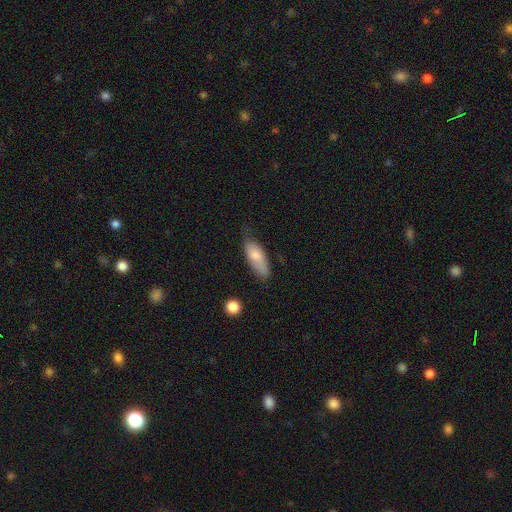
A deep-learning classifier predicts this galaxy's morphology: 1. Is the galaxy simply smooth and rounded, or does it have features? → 76% smooth, 18% featured or disk, 6% star or artifact.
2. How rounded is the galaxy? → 73% in between, 24% cigar-shaped, 2% round.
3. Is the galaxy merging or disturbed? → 51% none, 35% minor disturbance, 11% major disturbance, 3% merger.